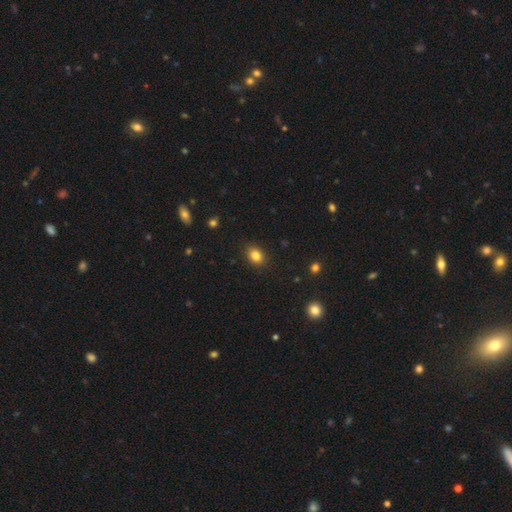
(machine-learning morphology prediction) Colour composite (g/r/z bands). It shows a smooth galaxy with no disk features (84%) that is in between round and cigar-shaped (64%). Merging: none (88%).